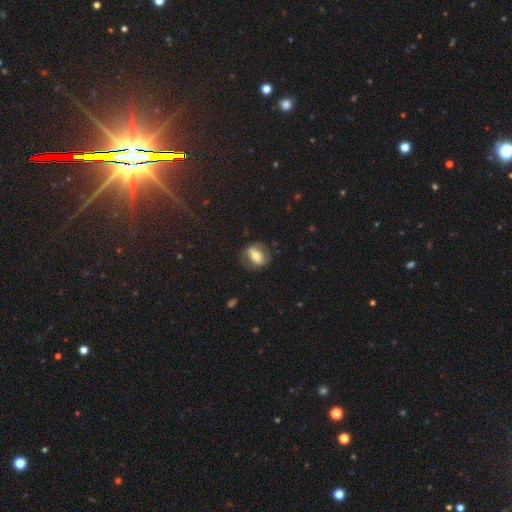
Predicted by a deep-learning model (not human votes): Smooth or featured? Predicted: smooth (p=0.58). How rounded? Predicted: in between (p=0.75). Merging? Predicted: none (p=0.69).